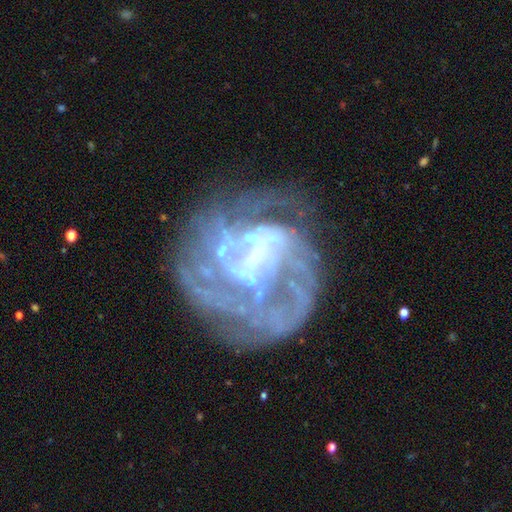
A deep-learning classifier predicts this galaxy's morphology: The model was most divided on "spiral winding": tight: 41%, medium: 36%, loose: 23%. Remaining: edge-on disk — no (98%); smooth or featured — featured or disk (82%); spiral arms — yes (72%); merging — none (48%); bulge size — none (42%); bar — weak (40%); spiral arm count — can't tell (40%).